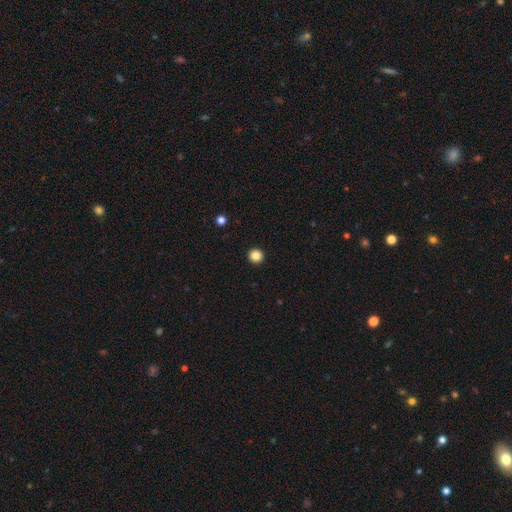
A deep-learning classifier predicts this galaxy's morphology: smooth-or-featured: smooth: 86% | star or artifact: 11% | featured or disk: 3%
  how-rounded: round: 96% | in between: 3% | cigar-shaped: 1%
  merging: none: 94% | minor disturbance: 4% | major disturbance: 1% | merger: 1%